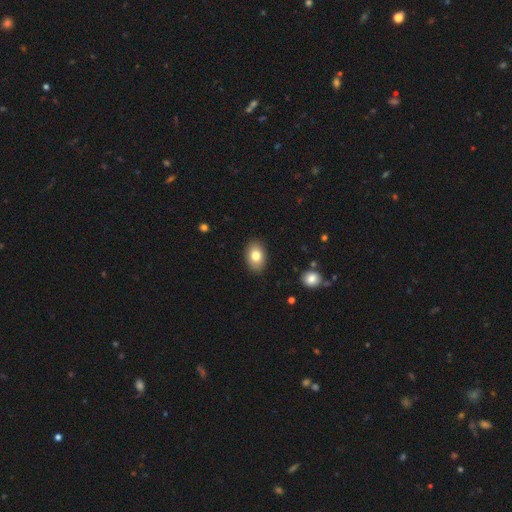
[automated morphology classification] The model was most divided on "how rounded": in between: 84%, round: 15%, cigar-shaped: 1%. More confident: merging — none (89%); smooth or featured — smooth (81%).